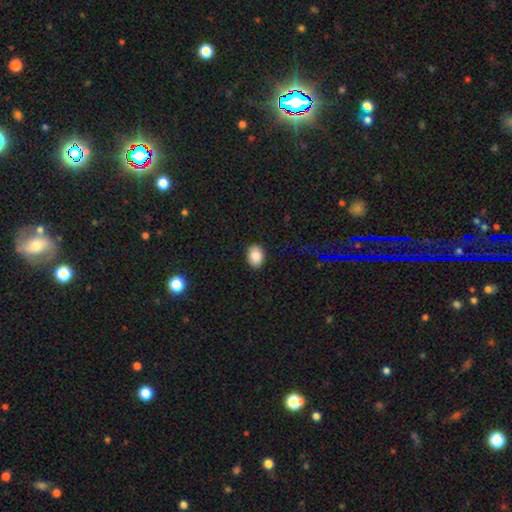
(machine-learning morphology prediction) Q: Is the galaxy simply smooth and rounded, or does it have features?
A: smooth — 86%.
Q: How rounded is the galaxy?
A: in between — 73%.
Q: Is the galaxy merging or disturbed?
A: none — 90%.